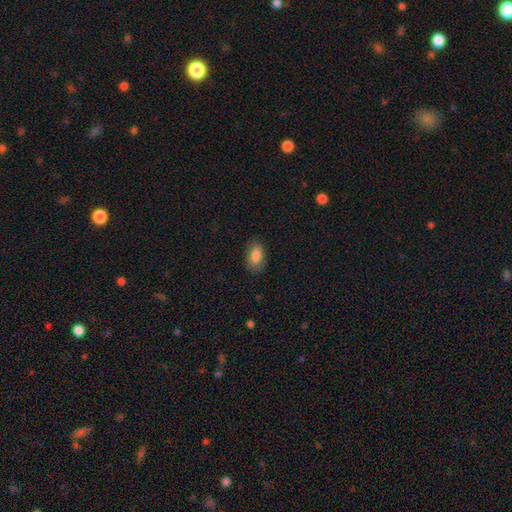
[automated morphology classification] This is clearly a smooth galaxy (84%). How rounded: clearly in between (91%). Merging: clearly none (82%).